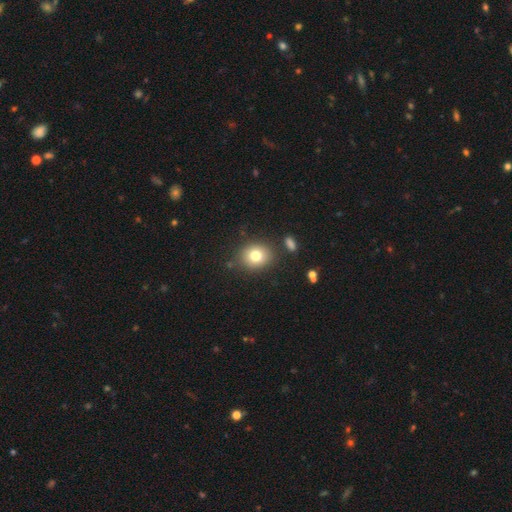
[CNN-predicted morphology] This appears to be a smooth galaxy with no disk features (78%) that is round (71%). Merging: none (82%).